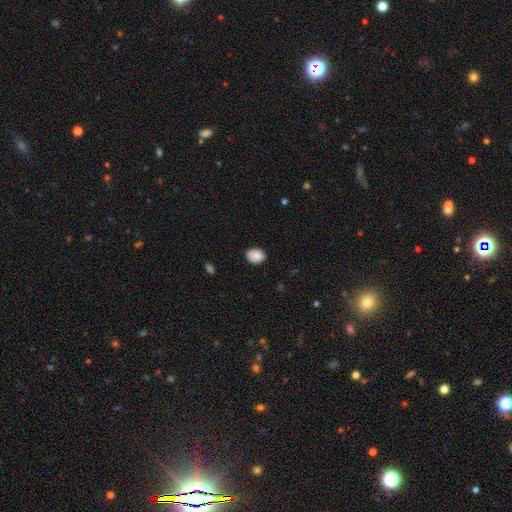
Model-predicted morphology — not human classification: Smooth or featured?
  - smooth: 88% *
  - star or artifact: 8%
  - featured or disk: 4%
How rounded?
  - in between: 55% *
  - round: 44%
  - cigar-shaped: 1%
Merging?
  - none: 83% *
  - minor disturbance: 14%
  - major disturbance: 2%
  - merger: 1%